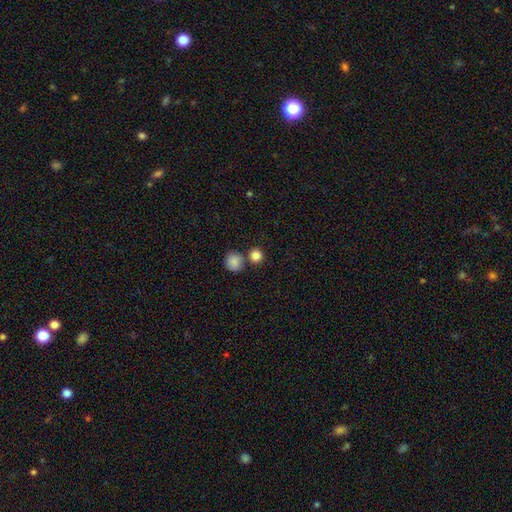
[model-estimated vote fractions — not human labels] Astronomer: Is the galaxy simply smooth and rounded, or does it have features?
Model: smooth — 85%.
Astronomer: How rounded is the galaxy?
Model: round — 90%.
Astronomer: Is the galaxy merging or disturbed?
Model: none — 66%.